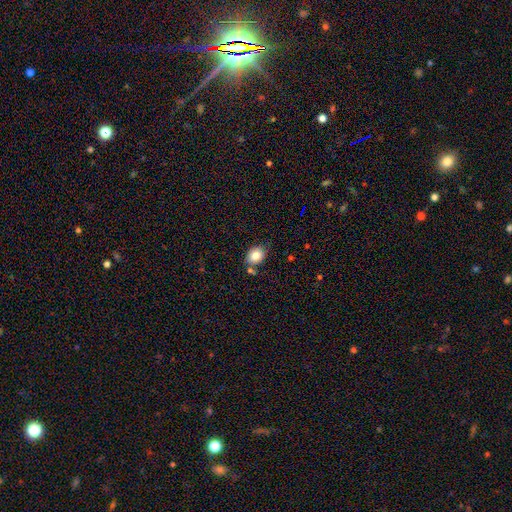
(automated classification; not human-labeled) Overall: smooth (82%). How rounded: in between (61%; round 38%). Merging: none (68%).